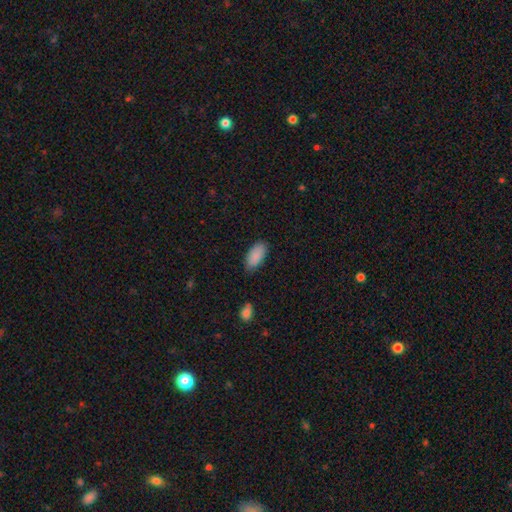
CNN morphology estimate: smooth 89%, star or artifact 6%, featured or disk 4%. Down the decision tree: how rounded — in between (92%); merging — none (81%).